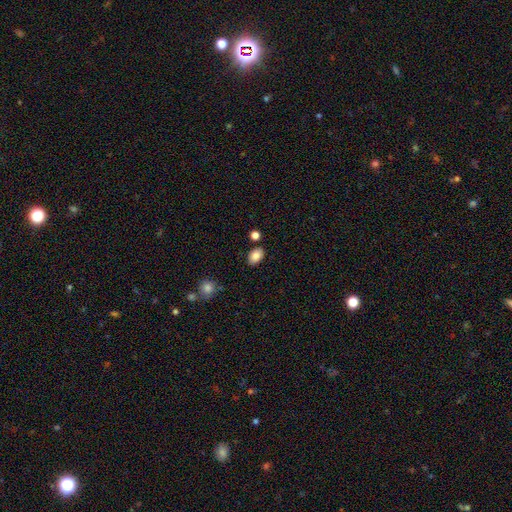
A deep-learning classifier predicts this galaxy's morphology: Q: Smooth or featured?
A: smooth (85%); runner-up: star or artifact (8%)
Q: How rounded?
A: in between (86%); runner-up: round (13%)
Q: Merging?
A: none (83%); runner-up: minor disturbance (10%)